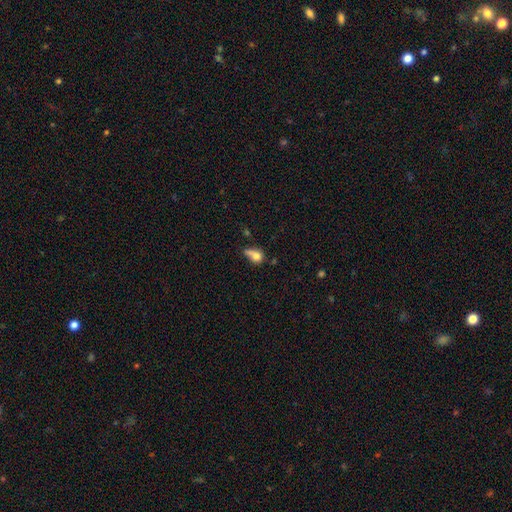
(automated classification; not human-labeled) Smooth or featured: smooth — 73% (featured or disk — 17%)
How rounded: in between — 61% (round — 34%)
Merging: minor disturbance — 28% (none — 27%)